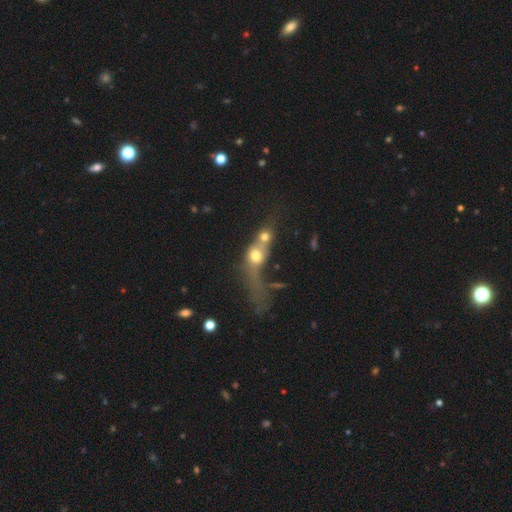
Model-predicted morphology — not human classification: A smooth galaxy with no disk features (58%) that is round (51%). Merging: merger (68%).